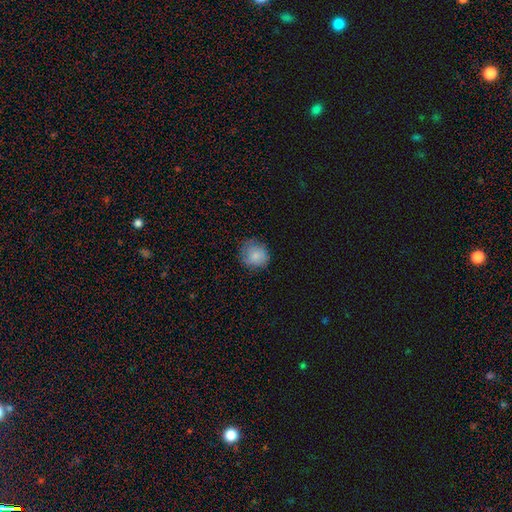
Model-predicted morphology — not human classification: Overall: smooth (77%). How rounded: round (83%). Merging: none (76%).